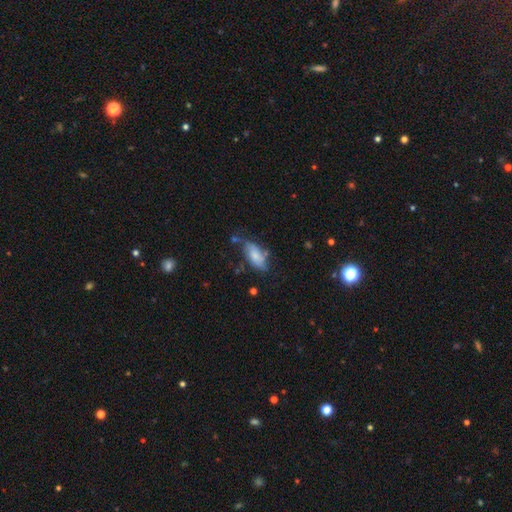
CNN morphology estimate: A smooth galaxy with no disk features (62%) that is in between round and cigar-shaped (86%). Merging: none (47%).